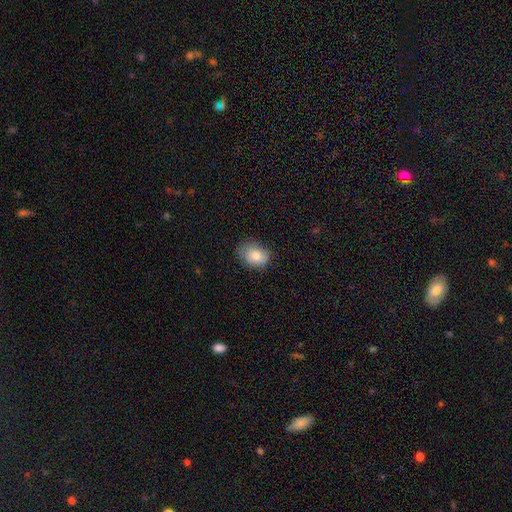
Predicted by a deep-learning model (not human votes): smooth 82%, featured or disk 10%, star or artifact 8%. Down the decision tree: how rounded — in between (67%); merging — none (68%).